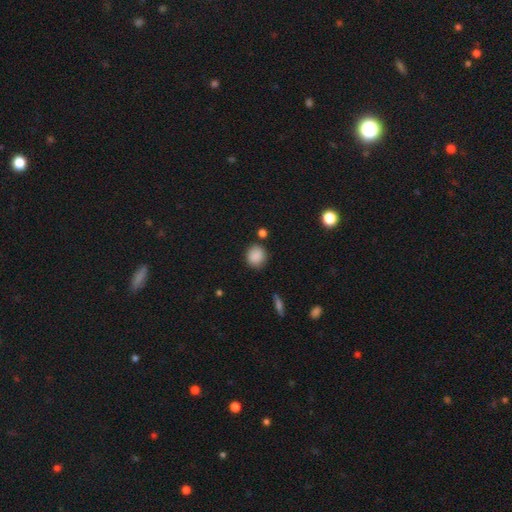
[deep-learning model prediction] The model was most divided on "how rounded": round: 80%, in between: 19%, cigar-shaped: 1%. More confident: smooth or featured — smooth (87%); merging — none (79%).